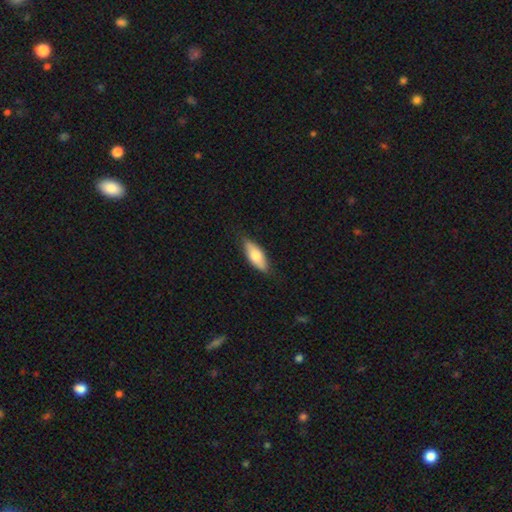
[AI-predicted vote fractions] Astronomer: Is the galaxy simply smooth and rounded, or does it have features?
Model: smooth — 69%.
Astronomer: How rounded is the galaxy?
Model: in between — 76%.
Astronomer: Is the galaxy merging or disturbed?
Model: none — 81%.